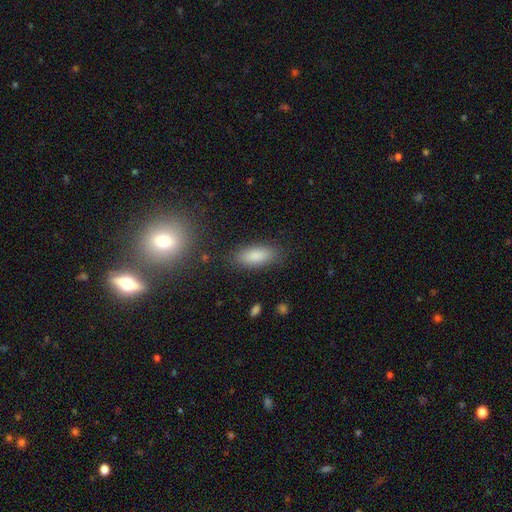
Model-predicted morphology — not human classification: smooth 85%, star or artifact 8%, featured or disk 7%. Down the decision tree: how rounded — in between (78%); merging — none (84%).